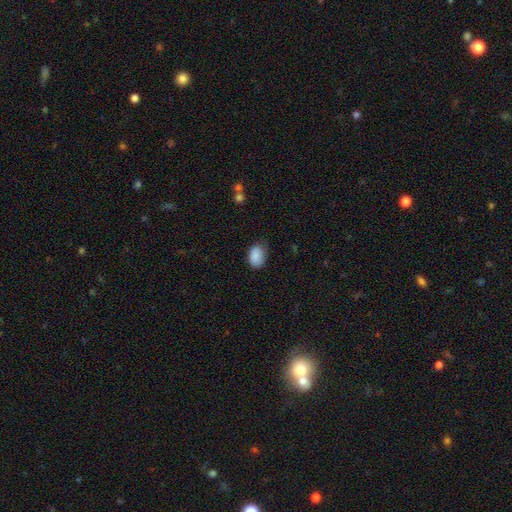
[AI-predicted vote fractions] Overall: smooth (89%). How rounded: in between (84%). Merging: none (70%).